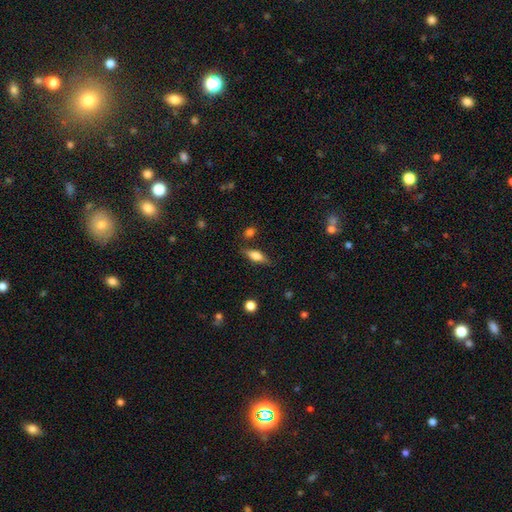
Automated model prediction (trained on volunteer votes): smooth-or-featured: smooth: 59% | featured or disk: 33% | star or artifact: 8%
  how-rounded: in between: 59% | cigar-shaped: 37% | round: 4%
  merging: none: 78% | minor disturbance: 14% | major disturbance: 4% | merger: 3%